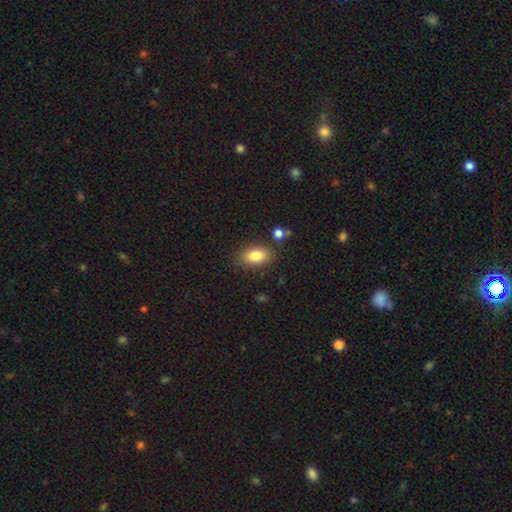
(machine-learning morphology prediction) Overall: smooth (84%). How rounded: in between (89%). Merging: none (82%).